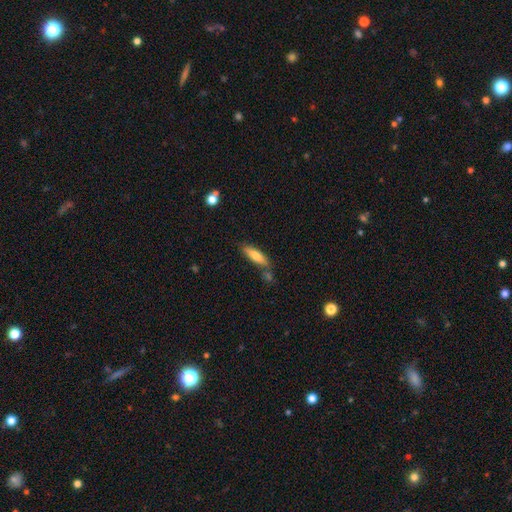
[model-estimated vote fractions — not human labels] The model was most divided on "how rounded": cigar-shaped: 59%, in between: 39%, round: 2%. More confident: smooth or featured — smooth (74%); merging — none (70%).